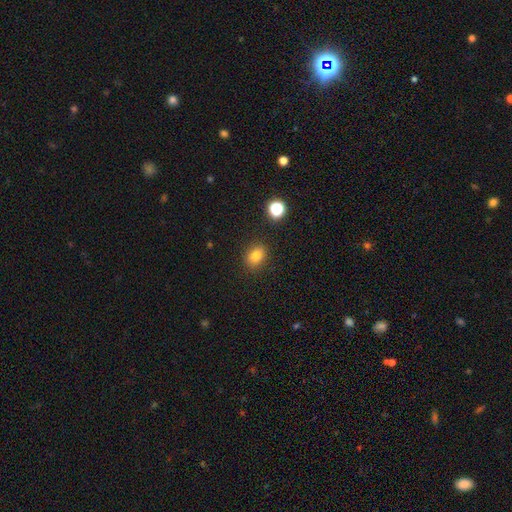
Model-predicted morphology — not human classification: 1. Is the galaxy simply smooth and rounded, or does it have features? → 83% smooth, 13% star or artifact, 5% featured or disk.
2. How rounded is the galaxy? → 65% in between, 34% round, 1% cigar-shaped.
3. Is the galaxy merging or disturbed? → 85% none, 10% minor disturbance, 3% major disturbance, 2% merger.